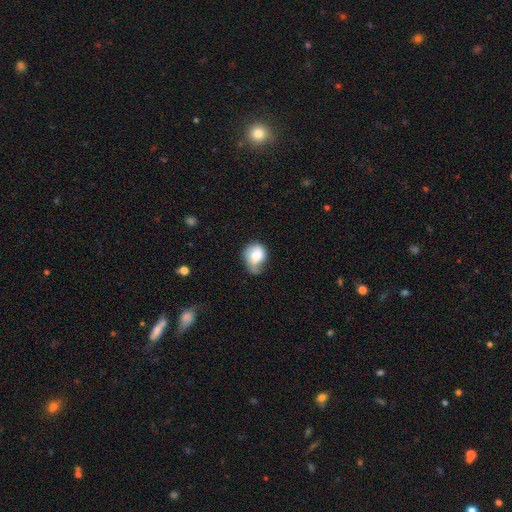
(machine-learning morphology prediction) Overall: smooth (65%; featured or disk 27%). How rounded: round (57%; in between 42%). Merging: minor disturbance (41%; none 28%).